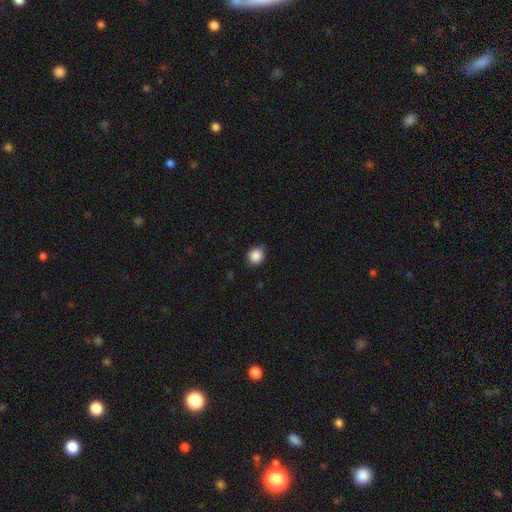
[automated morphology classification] Smooth or featured?
  - smooth: 87% *
  - star or artifact: 9%
  - featured or disk: 4%
How rounded?
  - round: 83% *
  - in between: 16%
  - cigar-shaped: 1%
Merging?
  - none: 79% *
  - minor disturbance: 18%
  - major disturbance: 3%
  - merger: 1%